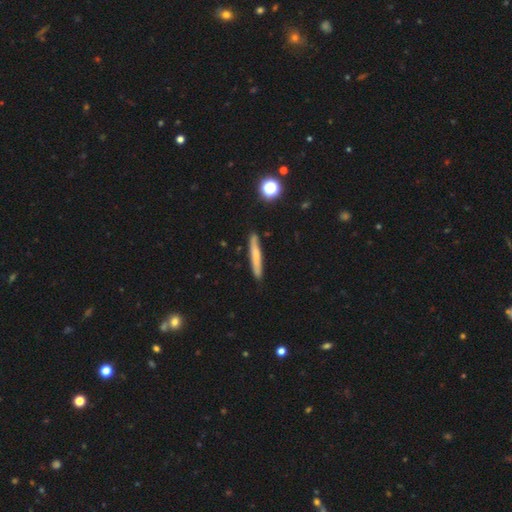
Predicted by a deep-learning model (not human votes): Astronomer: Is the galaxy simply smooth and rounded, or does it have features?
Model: smooth — 63%.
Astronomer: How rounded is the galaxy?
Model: cigar-shaped — 95%.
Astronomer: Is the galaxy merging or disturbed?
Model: none — 88%.